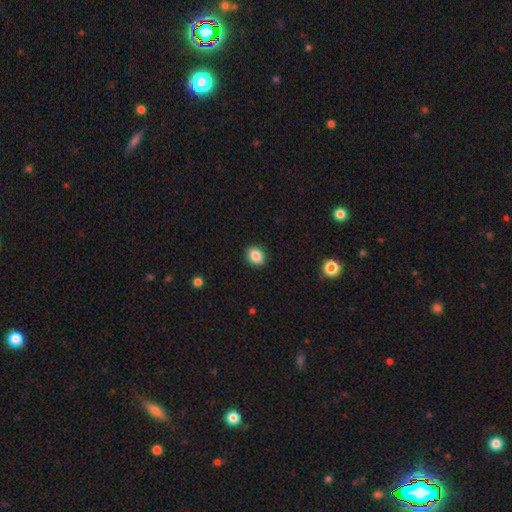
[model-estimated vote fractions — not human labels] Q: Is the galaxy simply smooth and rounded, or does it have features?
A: smooth — 86%.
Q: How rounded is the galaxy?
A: round — 51%.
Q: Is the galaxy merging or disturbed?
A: none — 89%.